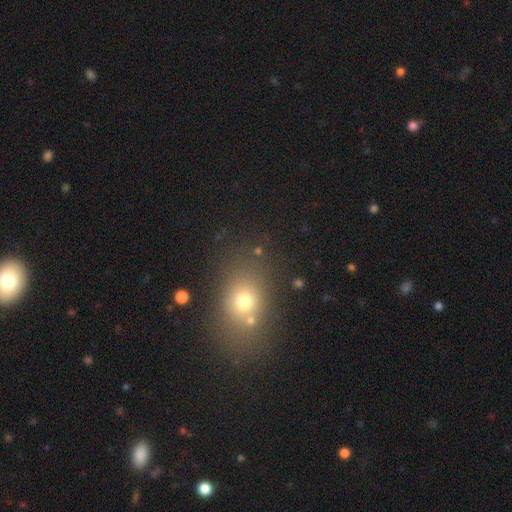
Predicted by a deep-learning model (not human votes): The model was most divided on "how rounded": in between: 54%, round: 43%, cigar-shaped: 3%. More confident: merging — none (68%); smooth or featured — smooth (62%).